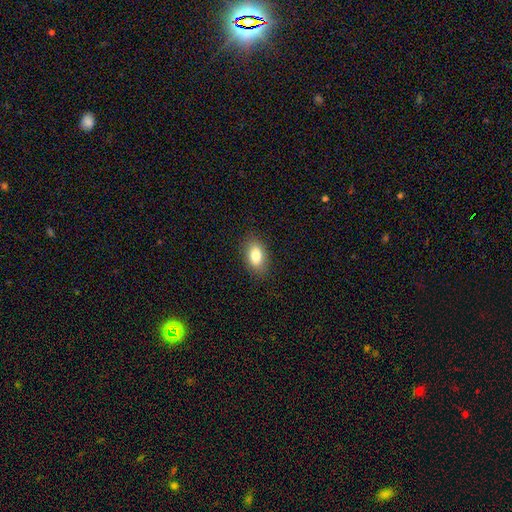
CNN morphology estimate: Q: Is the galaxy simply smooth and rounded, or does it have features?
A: smooth — 81%.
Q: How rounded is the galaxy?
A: in between — 88%.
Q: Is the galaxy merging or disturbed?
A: none — 86%.